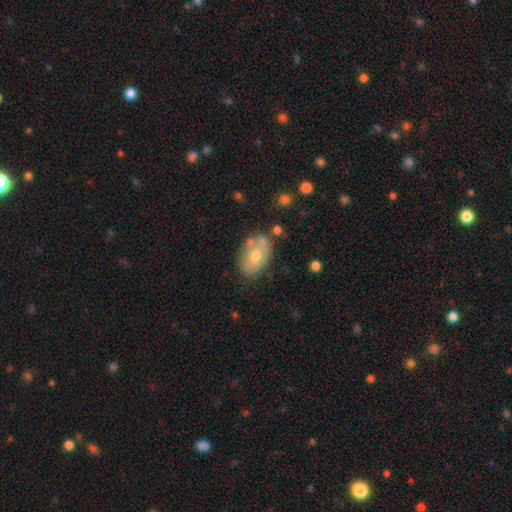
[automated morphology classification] smooth_or_featured: smooth (p=0.60) [alt: featured or disk p=0.33]
how_rounded: in between (p=0.87) [alt: round p=0.11]
merging: none (p=0.61) [alt: minor disturbance p=0.22]